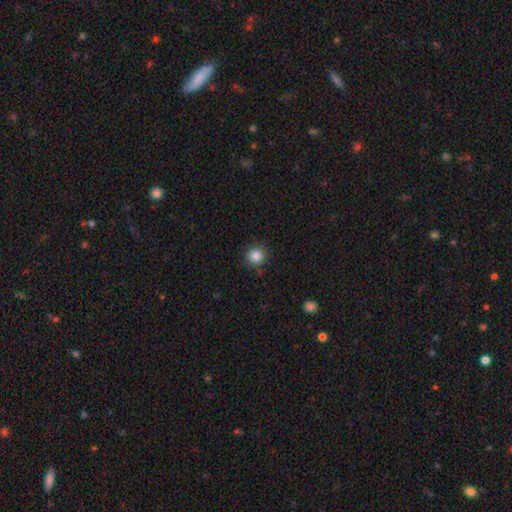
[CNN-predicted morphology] This is clearly a smooth galaxy (85%). How rounded: clearly round (93%). Merging: clearly none (89%).